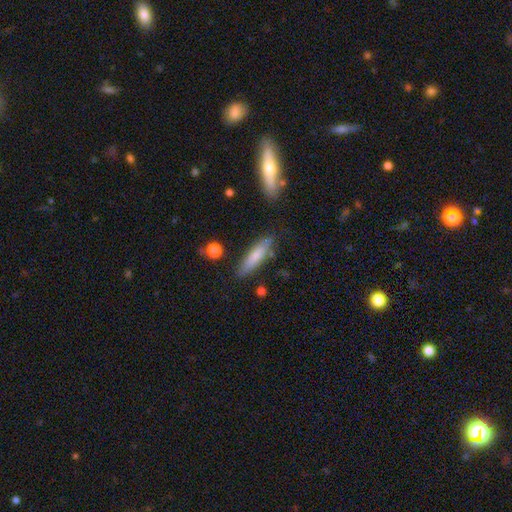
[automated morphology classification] Overall: smooth (71%). How rounded: cigar-shaped (73%). Merging: none (80%).